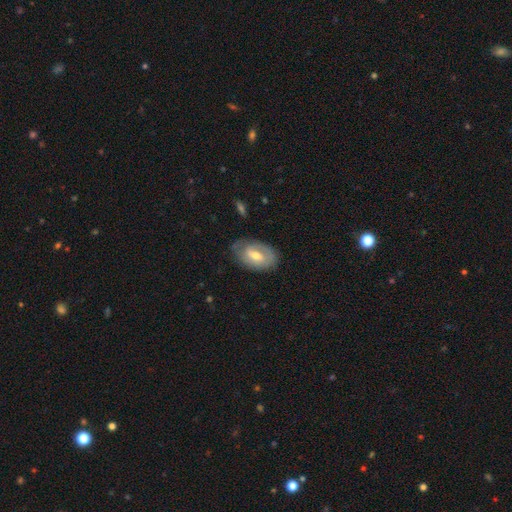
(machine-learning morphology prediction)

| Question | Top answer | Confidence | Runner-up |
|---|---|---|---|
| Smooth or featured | featured or disk | 51% | smooth (42%) |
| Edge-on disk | no | 92% | yes (8%) |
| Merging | none | 71% | minor disturbance (21%) |